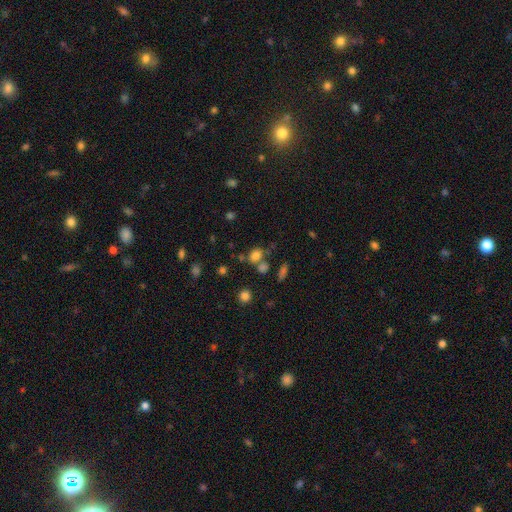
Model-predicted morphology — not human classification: A smooth galaxy with no disk features (76%) that is in between round and cigar-shaped (56%). Merging: none (54%).